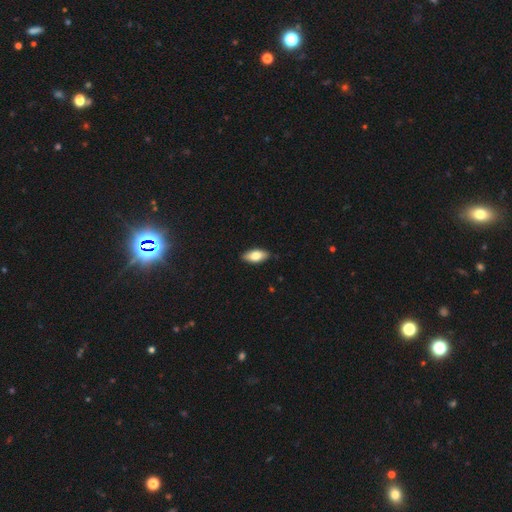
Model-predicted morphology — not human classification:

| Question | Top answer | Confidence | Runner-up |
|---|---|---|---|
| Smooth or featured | smooth | 79% | featured or disk (15%) |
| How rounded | in between | 89% | cigar-shaped (8%) |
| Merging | none | 88% | minor disturbance (9%) |